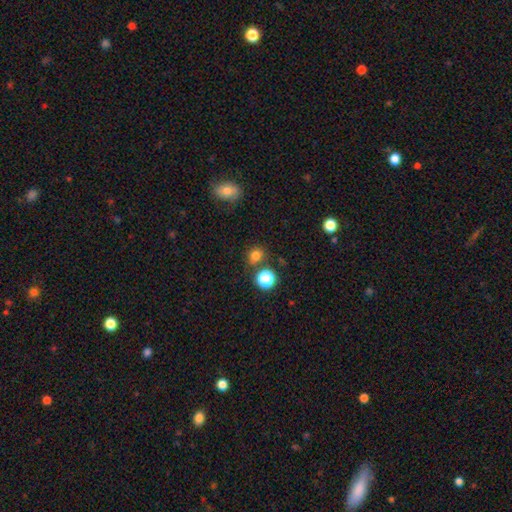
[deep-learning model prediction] A smooth galaxy with no disk features (76%) that is round (79%). Merging: none (77%).